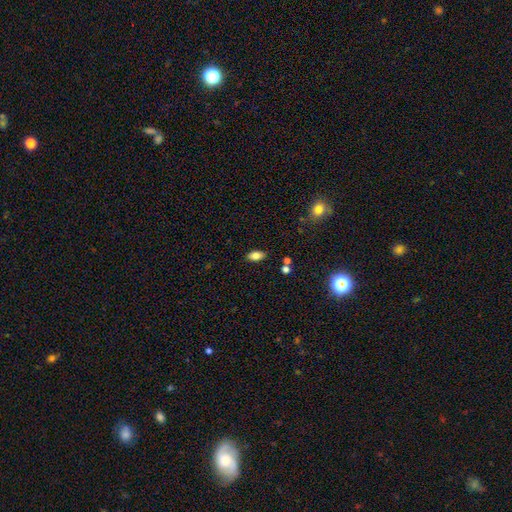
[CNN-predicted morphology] This is likely a smooth galaxy (78%). How rounded: clearly in between (89%). Merging: clearly none (85%).